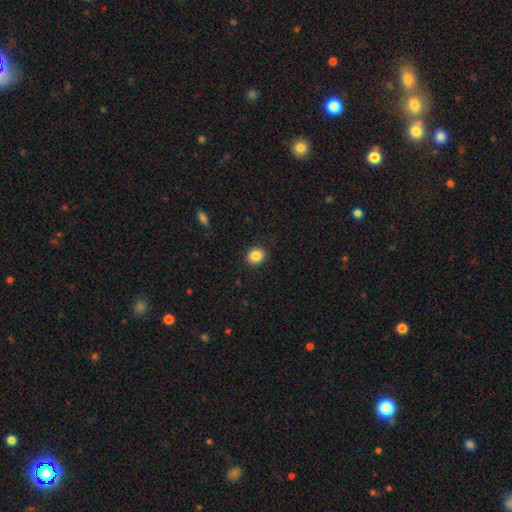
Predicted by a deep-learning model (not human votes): Morphology: type=smooth (85%); roundness=round (68%); merging=none (90%).